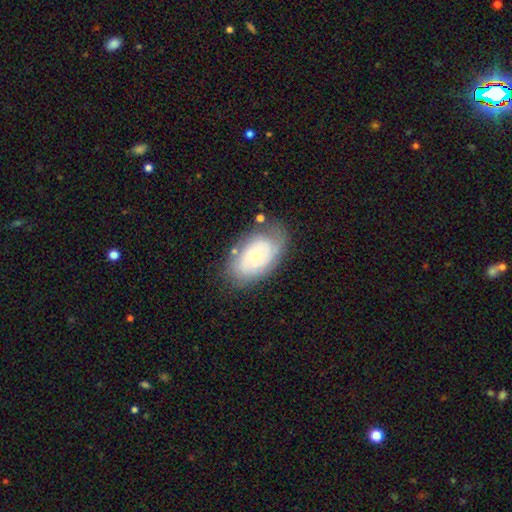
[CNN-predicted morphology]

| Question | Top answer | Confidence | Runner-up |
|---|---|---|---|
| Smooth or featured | featured or disk | 55% | smooth (37%) |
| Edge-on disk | no | 95% | yes (5%) |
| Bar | no | 81% | weak (16%) |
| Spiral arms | yes | 74% | no (26%) |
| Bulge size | small | 71% | moderate (22%) |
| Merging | none | 65% | minor disturbance (23%) |